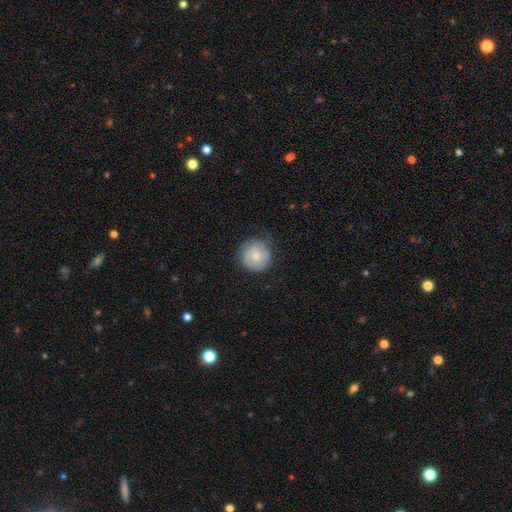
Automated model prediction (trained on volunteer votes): smooth_or_featured: smooth (p=0.63) [alt: featured or disk p=0.30]
how_rounded: round (p=0.92) [alt: in between p=0.07]
merging: none (p=0.68) [alt: minor disturbance p=0.24]